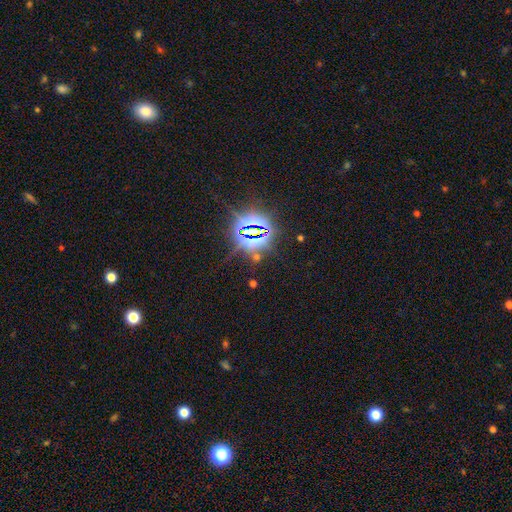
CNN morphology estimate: smooth_or_featured: star or artifact (p=0.83) [alt: smooth p=0.09]